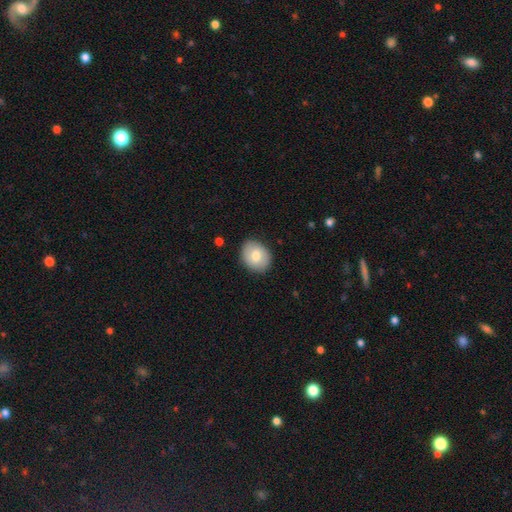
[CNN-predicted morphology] Smooth or featured? smooth (74%)
How rounded? in between (50%)
Merging? none (87%)